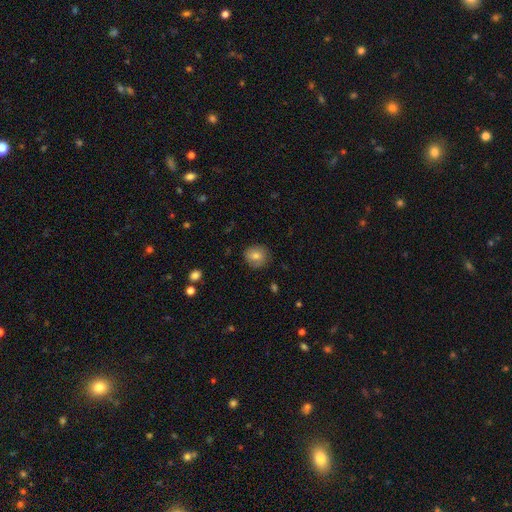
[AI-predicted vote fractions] smooth_or_featured: smooth (p=0.76) [alt: featured or disk p=0.14]
how_rounded: round (p=0.82) [alt: in between p=0.17]
merging: none (p=0.82) [alt: minor disturbance p=0.13]